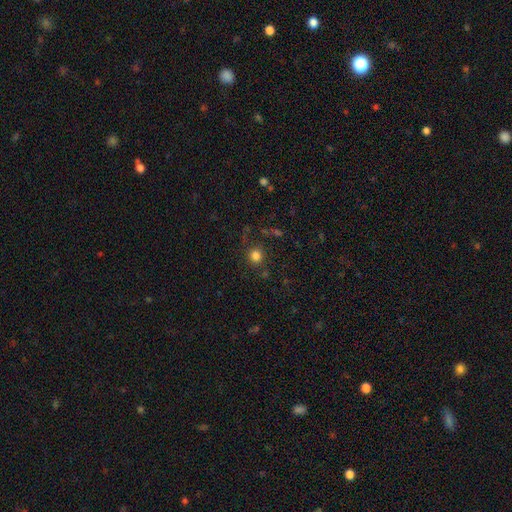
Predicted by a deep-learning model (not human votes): Smooth or featured? smooth (81%)
How rounded? round (90%)
Merging? none (82%)